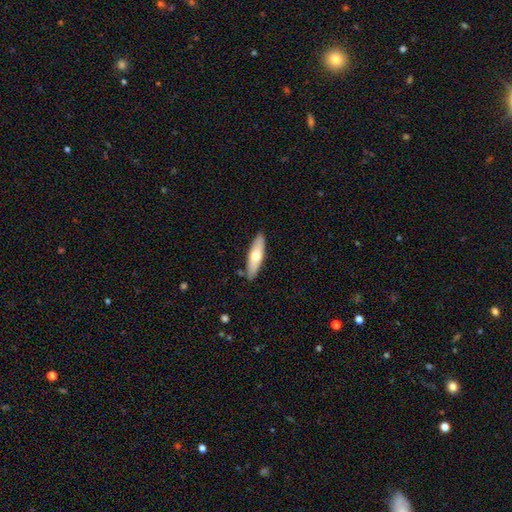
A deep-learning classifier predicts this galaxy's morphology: Smooth or featured? Predicted: smooth (p=0.58). How rounded? Predicted: cigar-shaped (p=0.57). Merging? Predicted: none (p=0.86).